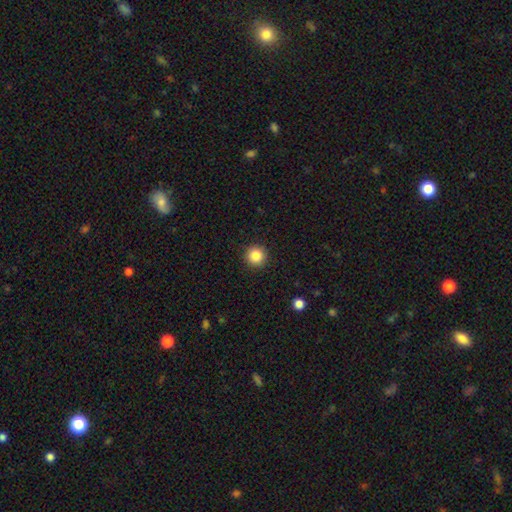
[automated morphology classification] This is clearly a smooth galaxy (86%). How rounded: clearly round (95%). Merging: clearly none (92%).